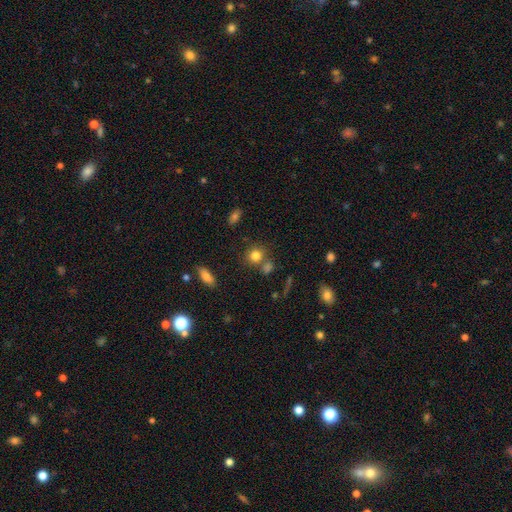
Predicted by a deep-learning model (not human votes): Smooth or featured? smooth (80%)
How rounded? round (82%)
Merging? none (67%)